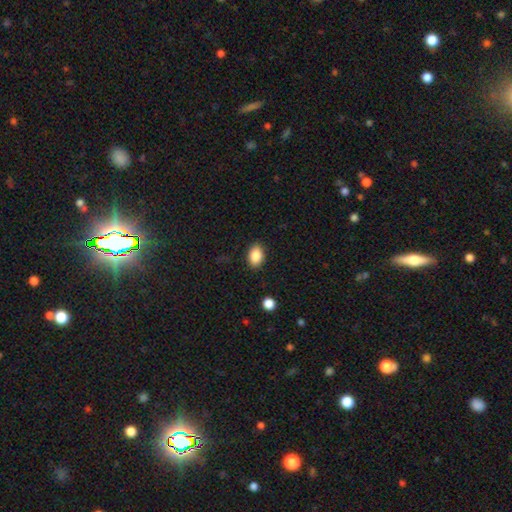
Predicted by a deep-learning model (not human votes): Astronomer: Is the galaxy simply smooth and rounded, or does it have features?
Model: smooth — 87%.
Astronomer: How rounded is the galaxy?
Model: in between — 84%.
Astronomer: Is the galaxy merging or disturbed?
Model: none — 88%.